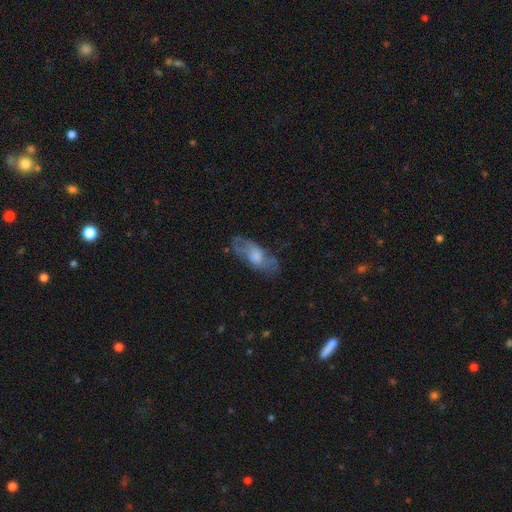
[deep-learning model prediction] smooth 46% (tied), featured or disk 46% (tied), star or artifact 8%. Down the decision tree: merging — none (59%).